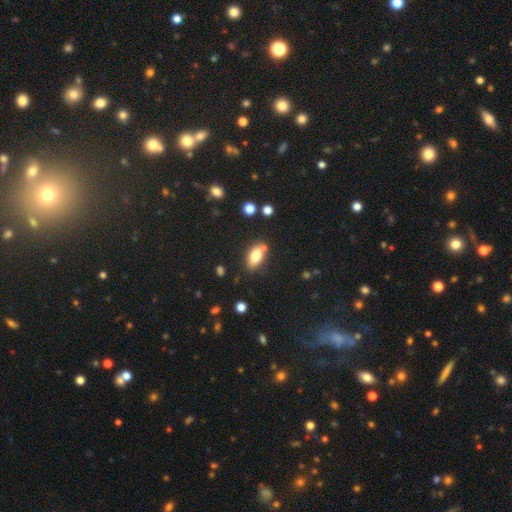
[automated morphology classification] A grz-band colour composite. It shows a smooth galaxy with no disk features (78%) that is in between round and cigar-shaped (86%). Merging: none (72%).